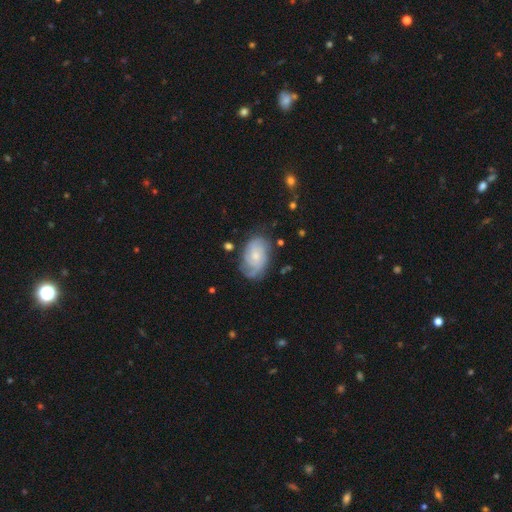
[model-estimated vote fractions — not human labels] smooth-or-featured: featured or disk: 72% | smooth: 22% | star or artifact: 6%
  disk-edge-on: no: 97% | yes: 3%
    bar: no: 71% | weak: 26% | strong: 3%
    has-spiral-arms: yes: 93% | no: 7%
      spiral-winding: tight: 55% | medium: 33% | loose: 12%
      spiral-arm-count: can't tell: 35% | 2: 29% | 3: 19% | 4: 7% | 1: 6% | more than 4: 4%
    bulge-size: small: 55% | moderate: 37% | none: 5% | large: 3% | dominant: 1%
  merging: none: 68% | minor disturbance: 21% | major disturbance: 8% | merger: 2%